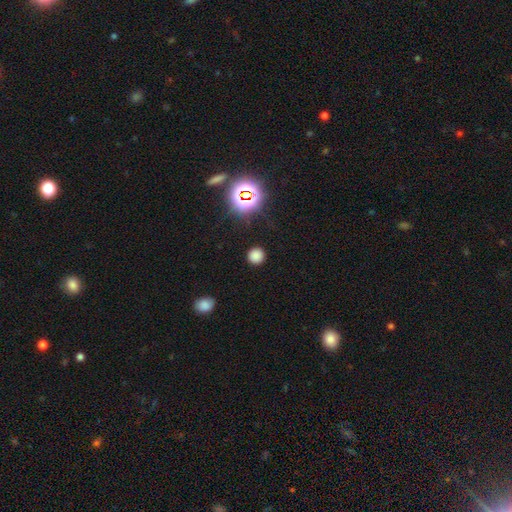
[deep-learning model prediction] Smooth or featured? Predicted: smooth (p=0.76). How rounded? Predicted: round (p=0.92). Merging? Predicted: none (p=0.90).